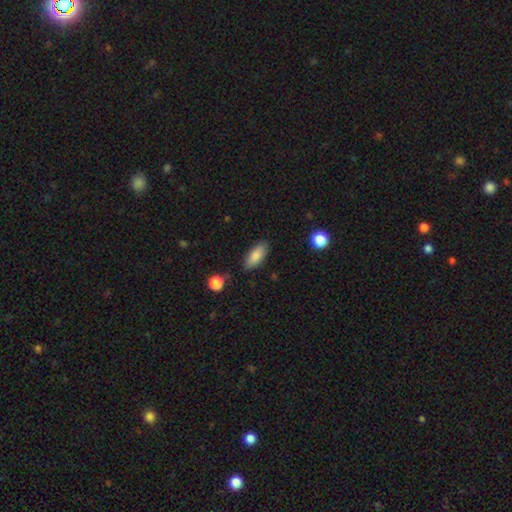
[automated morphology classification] This appears to be a smooth galaxy with no disk features (85%) that is in between round and cigar-shaped (84%). Merging: none (80%).